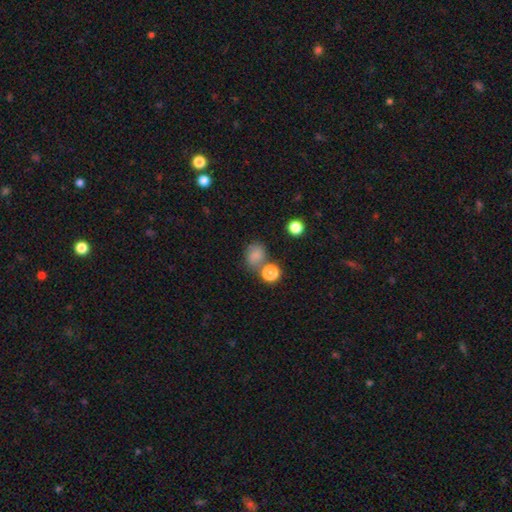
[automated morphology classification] A smooth galaxy with no disk features (75%) that is round (62%). Merging: none (58%).